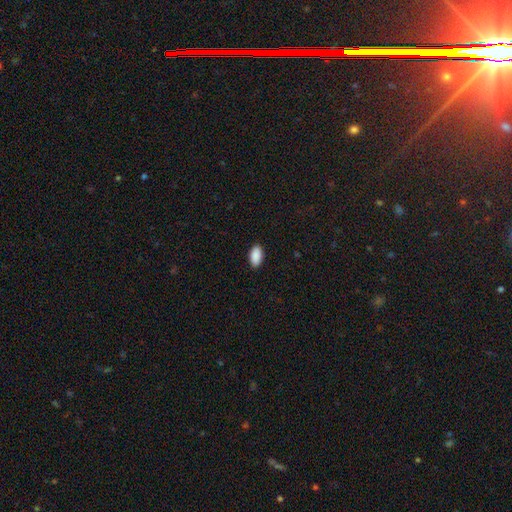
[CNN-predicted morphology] Q: Smooth or featured?
A: smooth (91%); runner-up: star or artifact (7%)
Q: How rounded?
A: in between (95%); runner-up: round (3%)
Q: Merging?
A: none (89%); runner-up: minor disturbance (8%)